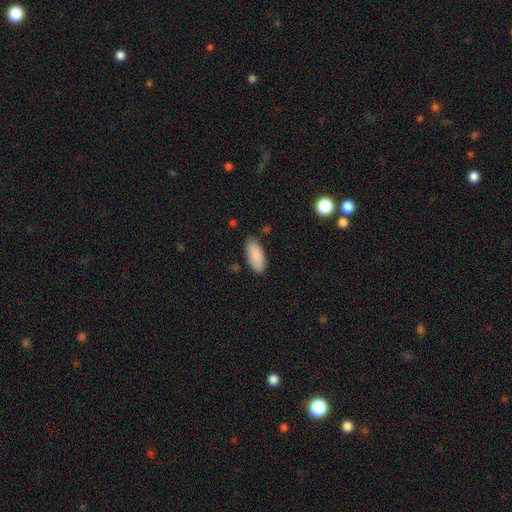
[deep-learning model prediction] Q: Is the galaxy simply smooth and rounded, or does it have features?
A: smooth — 89%.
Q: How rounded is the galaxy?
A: in between — 86%.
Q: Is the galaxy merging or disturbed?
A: none — 80%.